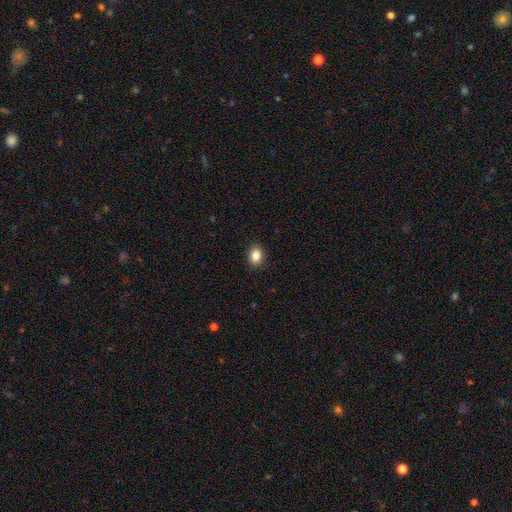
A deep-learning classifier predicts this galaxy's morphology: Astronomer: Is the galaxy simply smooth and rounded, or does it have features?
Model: smooth — 86%.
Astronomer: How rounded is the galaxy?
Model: in between — 65%.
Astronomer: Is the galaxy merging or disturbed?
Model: none — 90%.